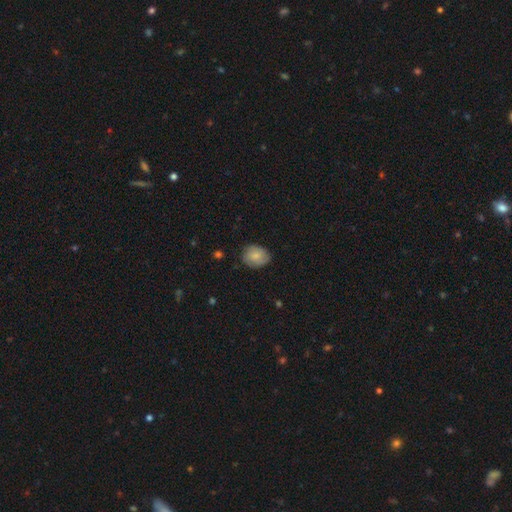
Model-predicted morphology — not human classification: Overall: smooth (81%). How rounded: round (50%; in between 49%). Merging: none (79%).